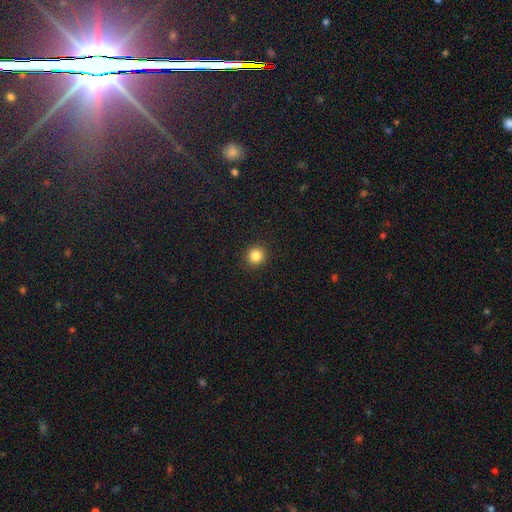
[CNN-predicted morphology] Smooth or featured? smooth (85%)
How rounded? round (90%)
Merging? none (92%)